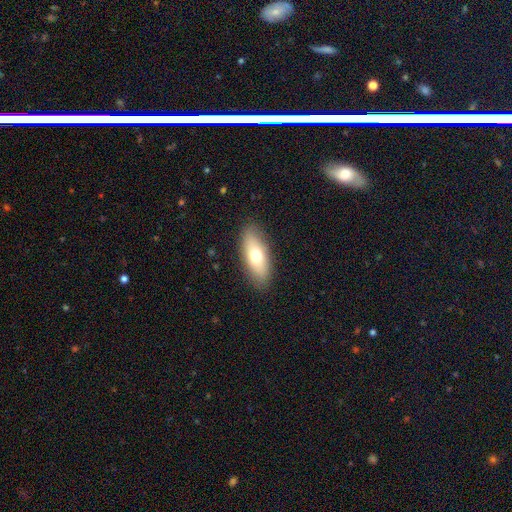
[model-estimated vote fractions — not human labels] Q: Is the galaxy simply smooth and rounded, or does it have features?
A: smooth — 67%.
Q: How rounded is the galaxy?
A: in between — 77%.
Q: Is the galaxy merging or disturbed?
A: none — 87%.